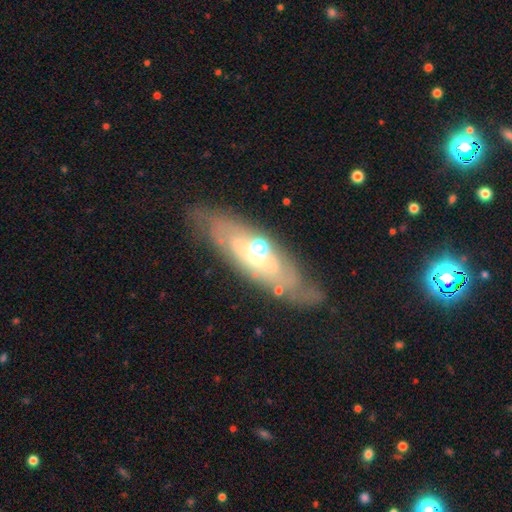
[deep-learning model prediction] featured or disk 73%, smooth 19%, star or artifact 8%. Down the decision tree: edge-on disk — no (78%); bar — no (64%); spiral arms — yes (58%); bulge size — moderate (57%); merging — none (69%).